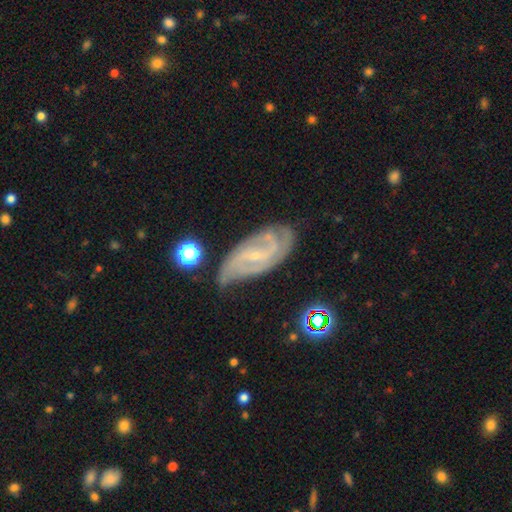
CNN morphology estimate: featured or disk 86%, smooth 8%, star or artifact 6%. Down the decision tree: edge-on disk — no (94%); bar — weak (45%); spiral arms — yes (96%); spiral arm count — 2 (46%); spiral winding — tight (48%); bulge size — small (81%); merging — none (65%).